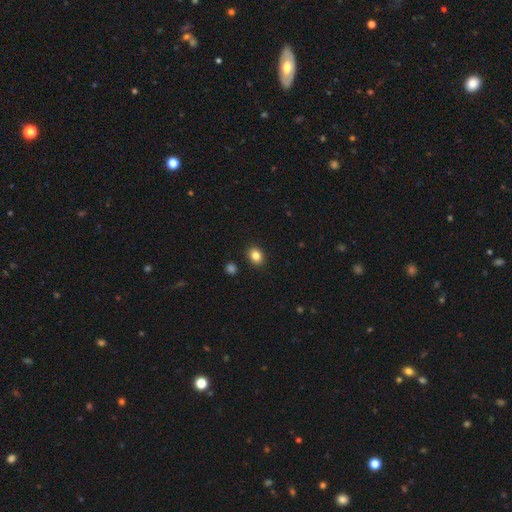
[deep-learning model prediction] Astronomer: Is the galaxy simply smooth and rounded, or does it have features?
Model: smooth — 85%.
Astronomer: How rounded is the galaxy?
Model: in between — 55% (runner-up: round, 44%).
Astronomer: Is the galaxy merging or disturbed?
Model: none — 89%.